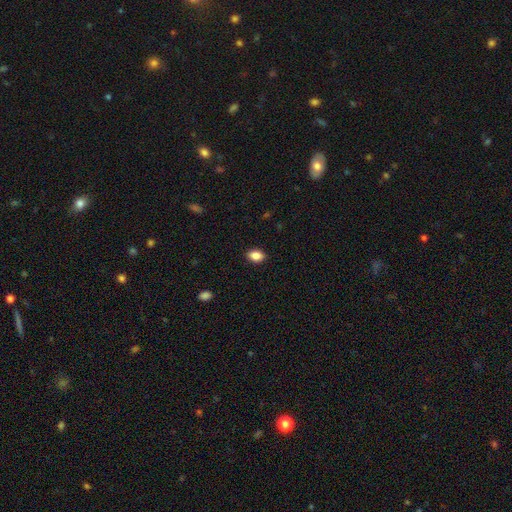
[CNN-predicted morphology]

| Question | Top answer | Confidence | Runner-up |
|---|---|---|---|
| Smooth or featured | smooth | 86% | star or artifact (8%) |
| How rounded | in between | 81% | round (17%) |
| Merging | none | 89% | minor disturbance (8%) |